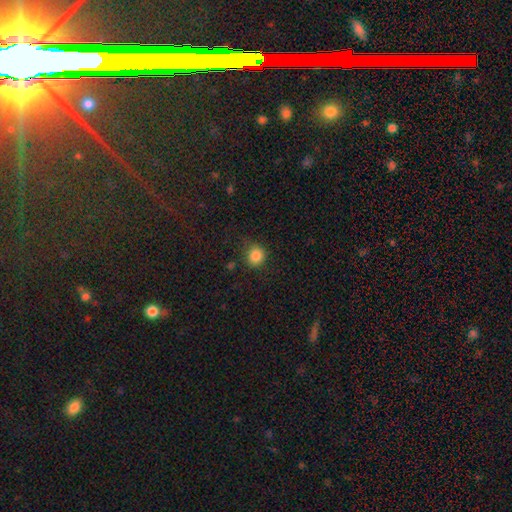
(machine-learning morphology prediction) type=smooth (84%); roundness=round (87%); merging=none (78%).